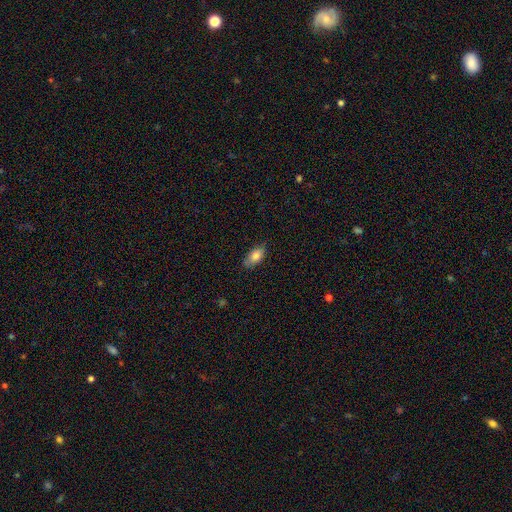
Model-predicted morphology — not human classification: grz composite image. It shows a smooth galaxy with no disk features (79%) that is in between round and cigar-shaped (88%). Merging: none (76%).